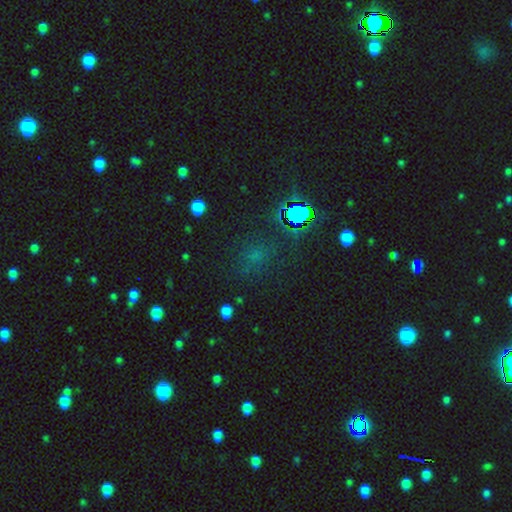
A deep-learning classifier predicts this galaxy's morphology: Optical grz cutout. It shows a star or artifact, not a galaxy (58%).